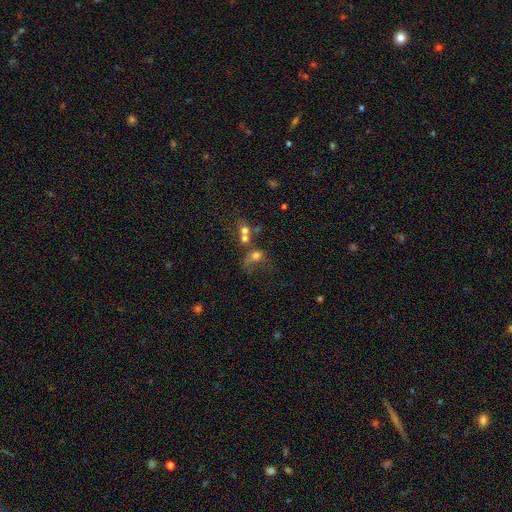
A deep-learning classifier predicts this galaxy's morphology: This is likely a smooth galaxy (61%). How rounded: possibly round (54%). Merging: possibly merger (47%).